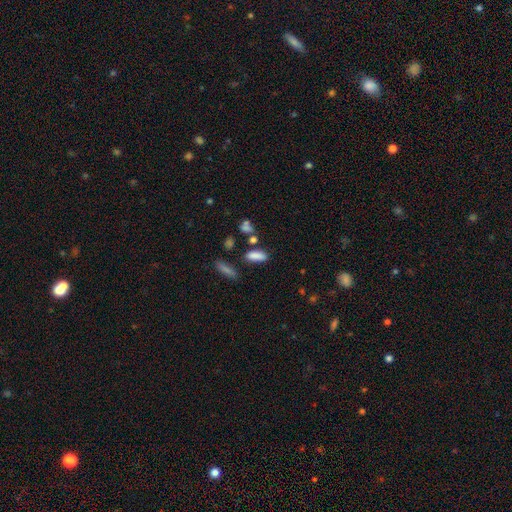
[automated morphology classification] type=smooth (83%); roundness=in between (66%); merging=none (71%).